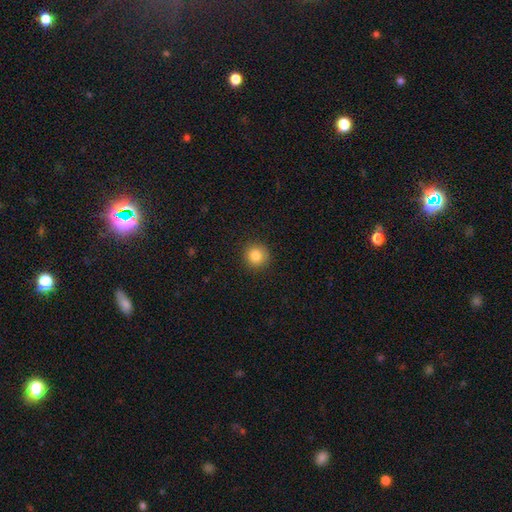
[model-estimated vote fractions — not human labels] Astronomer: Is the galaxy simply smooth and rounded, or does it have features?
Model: smooth — 84%.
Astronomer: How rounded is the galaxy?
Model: round — 94%.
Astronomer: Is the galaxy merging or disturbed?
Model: none — 91%.